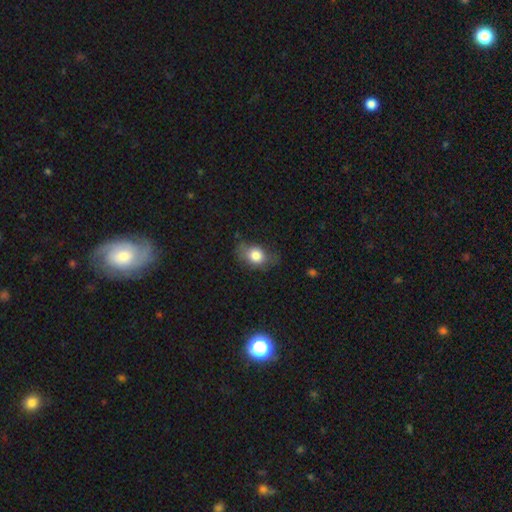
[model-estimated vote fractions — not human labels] The model was most divided on "merging": none: 59%, minor disturbance: 28%, major disturbance: 11%, merger: 2%. More confident: smooth or featured — smooth (77%); how rounded — in between (68%).